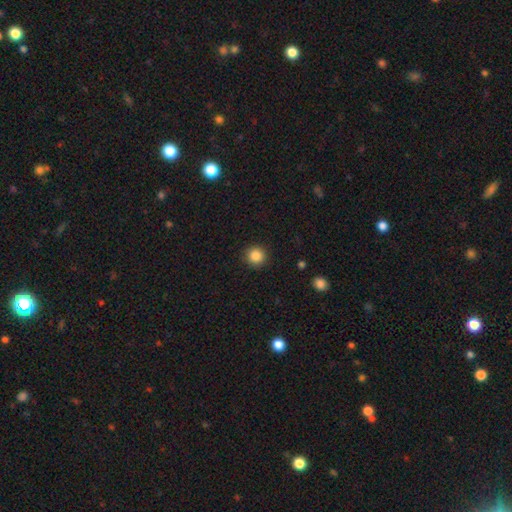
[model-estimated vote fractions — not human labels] Smooth or featured?
  - smooth: 86% *
  - star or artifact: 10%
  - featured or disk: 4%
How rounded?
  - round: 94% *
  - in between: 5%
  - cigar-shaped: 1%
Merging?
  - none: 92% *
  - minor disturbance: 5%
  - major disturbance: 2%
  - merger: 1%